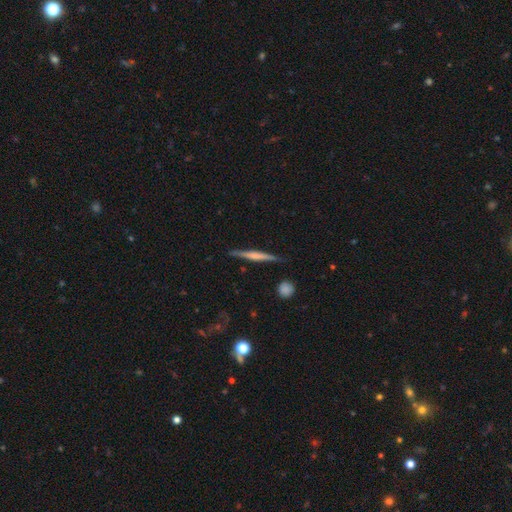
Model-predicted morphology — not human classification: A featured or disk galaxy (60%) viewed edge-on (97%) with no central bulge (38%). Merging: none (87%).